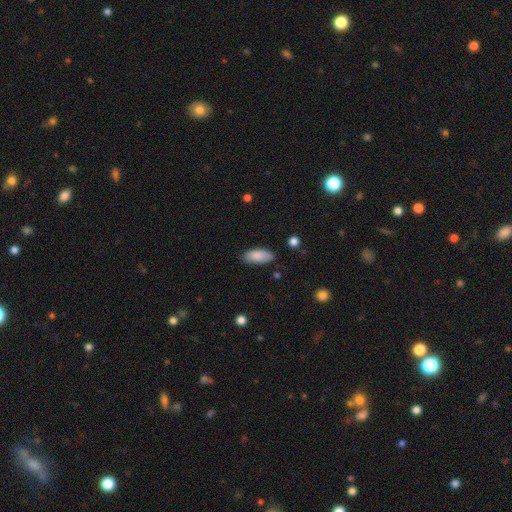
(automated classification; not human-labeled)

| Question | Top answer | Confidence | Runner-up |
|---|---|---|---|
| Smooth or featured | smooth | 87% | featured or disk (7%) |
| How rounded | in between | 88% | cigar-shaped (11%) |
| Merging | none | 80% | minor disturbance (16%) |